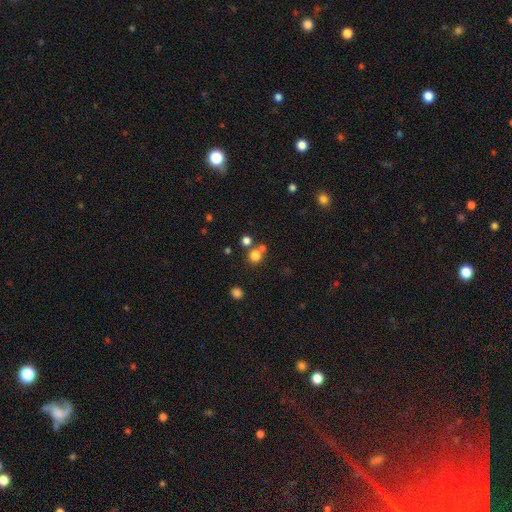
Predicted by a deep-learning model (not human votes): Smooth or featured? smooth (78%)
How rounded? round (90%)
Merging? none (64%)